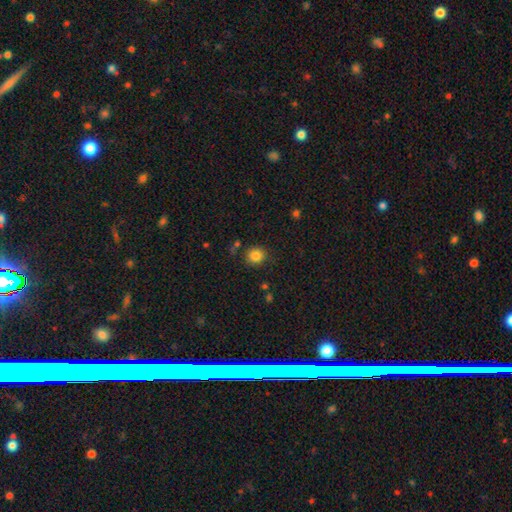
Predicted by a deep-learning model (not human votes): A smooth galaxy with no disk features (84%) that is round (88%).

Vote fractions:
- Smooth or featured? smooth: 84% / star or artifact: 11% / featured or disk: 5%
- How rounded? round: 88% / in between: 11% / cigar-shaped: 1%
- Merging? none: 84% / minor disturbance: 10% / merger: 4% / major disturbance: 3%